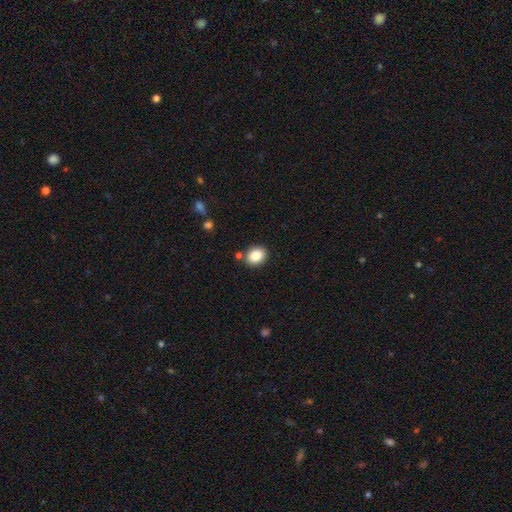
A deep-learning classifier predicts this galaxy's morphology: smooth-or-featured: smooth: 85% | star or artifact: 9% | featured or disk: 6%
  how-rounded: in between: 50% | round: 49% | cigar-shaped: 1%
  merging: none: 84% | minor disturbance: 9% | merger: 5% | major disturbance: 2%